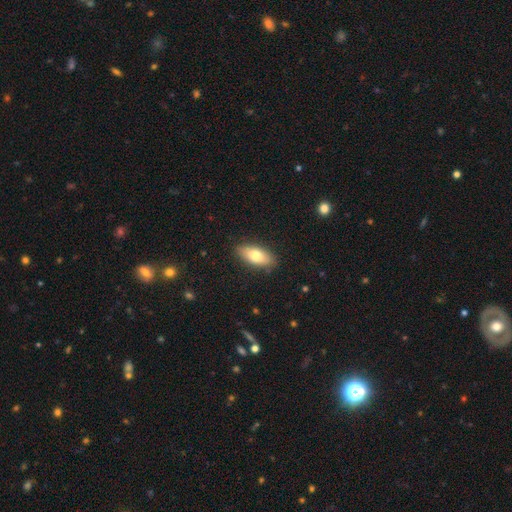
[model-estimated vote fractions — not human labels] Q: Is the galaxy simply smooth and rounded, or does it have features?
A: smooth — 75%.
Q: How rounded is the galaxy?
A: in between — 84%.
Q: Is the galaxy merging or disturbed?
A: none — 88%.